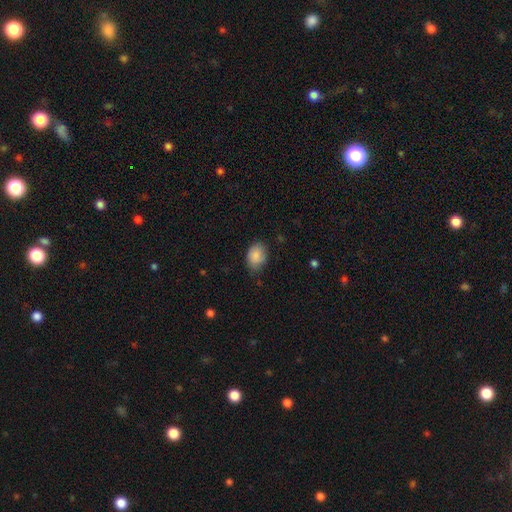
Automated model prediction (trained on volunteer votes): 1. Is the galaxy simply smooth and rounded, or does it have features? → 88% smooth, 7% star or artifact, 5% featured or disk.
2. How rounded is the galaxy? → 73% in between, 26% round, 1% cigar-shaped.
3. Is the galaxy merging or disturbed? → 71% none, 24% minor disturbance, 4% major disturbance, 1% merger.